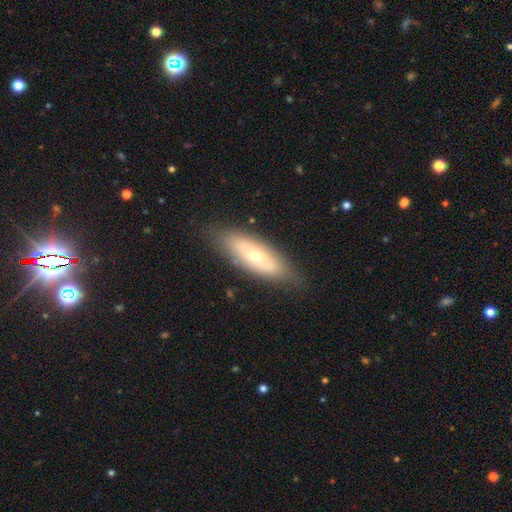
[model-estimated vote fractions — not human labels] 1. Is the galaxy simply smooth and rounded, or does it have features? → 48% smooth, 45% featured or disk, 7% star or artifact.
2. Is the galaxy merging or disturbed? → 80% none, 14% minor disturbance, 4% major disturbance, 1% merger.